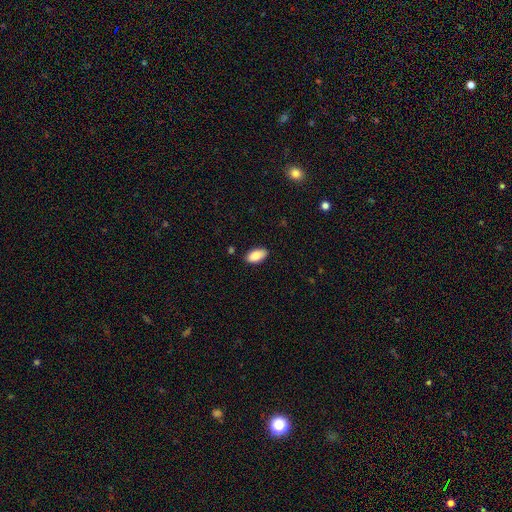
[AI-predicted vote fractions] The model was most divided on "merging": none: 86%, minor disturbance: 10%, major disturbance: 2%, merger: 1%. More confident: how rounded — in between (93%); smooth or featured — smooth (88%).